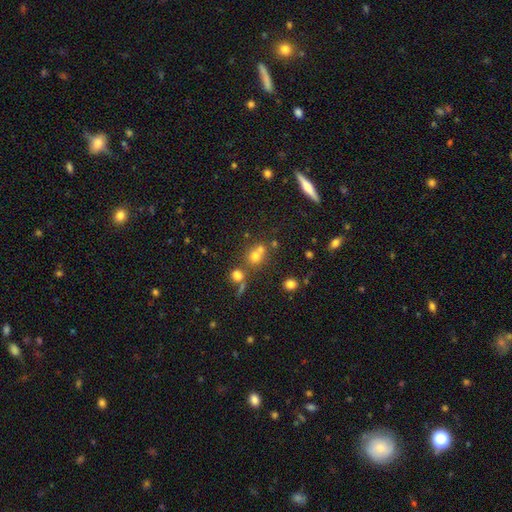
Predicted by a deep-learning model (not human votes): smooth-or-featured: smooth: 59% | star or artifact: 24% | featured or disk: 17%
  how-rounded: round: 82% | in between: 17% | cigar-shaped: 2%
  merging: none: 49% | merger: 38% | minor disturbance: 8% | major disturbance: 4%